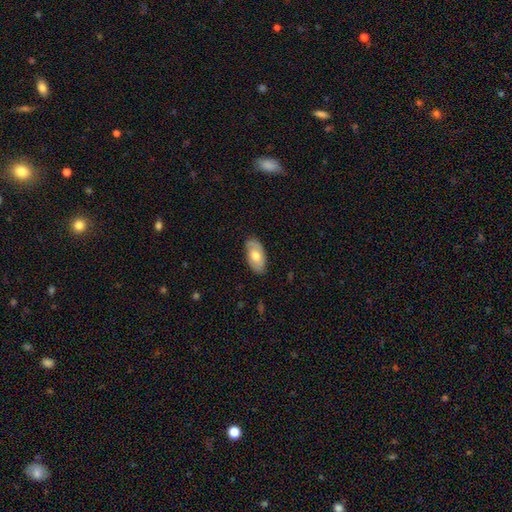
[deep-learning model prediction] smooth 60%, featured or disk 34%, star or artifact 6%. Down the decision tree: how rounded — in between (94%); merging — none (77%).